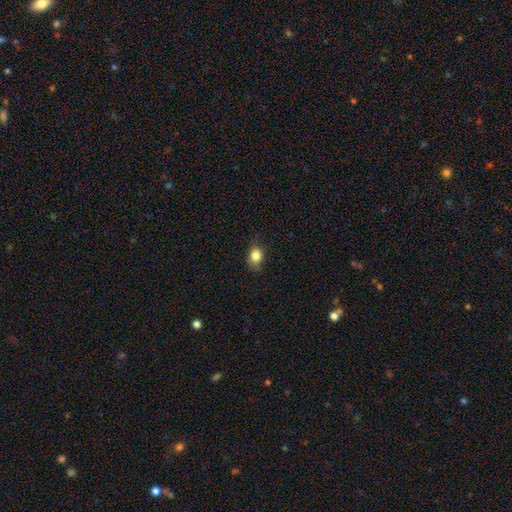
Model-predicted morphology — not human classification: Q: Smooth or featured?
A: smooth (82%); runner-up: star or artifact (10%)
Q: How rounded?
A: in between (60%); runner-up: round (38%)
Q: Merging?
A: none (70%); runner-up: minor disturbance (24%)